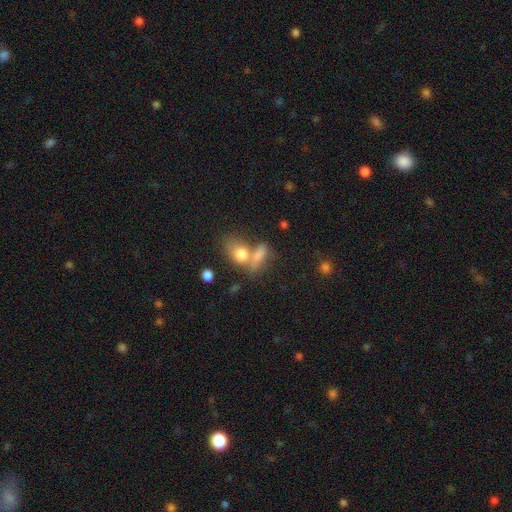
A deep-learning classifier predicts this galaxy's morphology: Overall: smooth (68%). How rounded: in between (68%). Merging: merger (51%; none 33%).